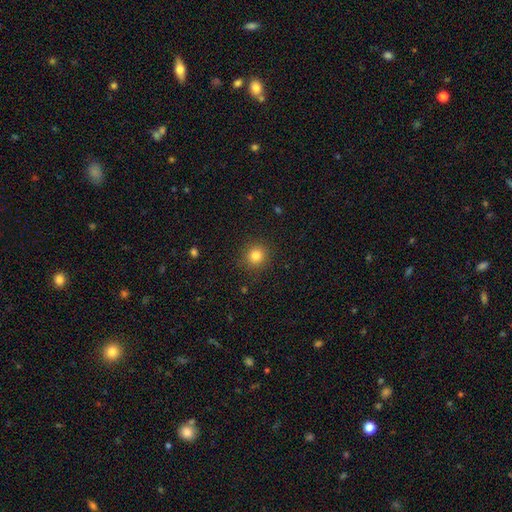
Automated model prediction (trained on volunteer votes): This is clearly a smooth galaxy (82%). How rounded: clearly round (92%). Merging: clearly none (90%).